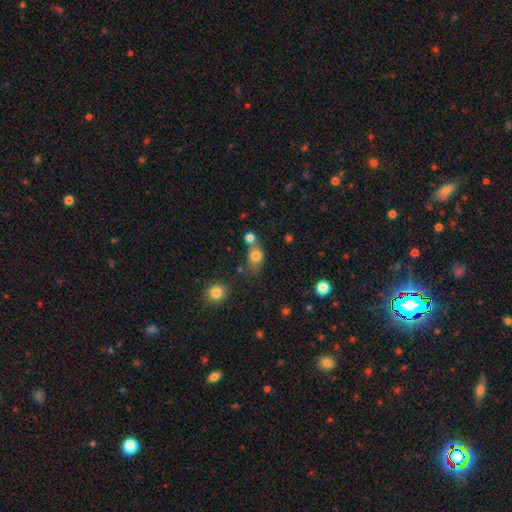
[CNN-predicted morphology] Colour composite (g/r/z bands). It shows a smooth galaxy with no disk features (78%) that is in between round and cigar-shaped (50%). Merging: none (44%).